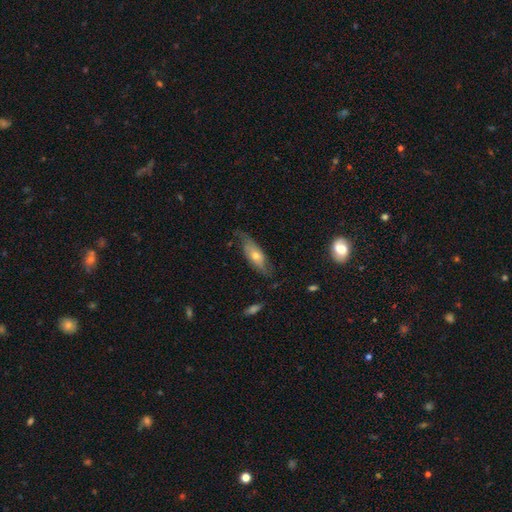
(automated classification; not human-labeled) smooth_or_featured: featured or disk (p=0.50) [alt: smooth p=0.44]
merging: none (p=0.62) [alt: minor disturbance p=0.27]